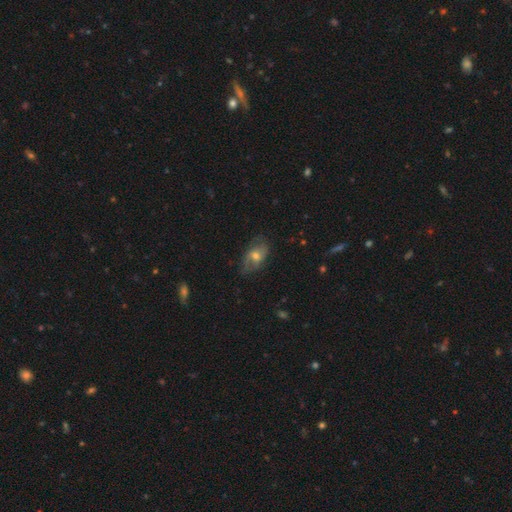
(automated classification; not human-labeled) Q: Smooth or featured?
A: featured or disk (50%); runner-up: smooth (41%)
Q: Edge-on disk?
A: no (92%); runner-up: yes (8%)
Q: Merging?
A: none (70%); runner-up: minor disturbance (21%)